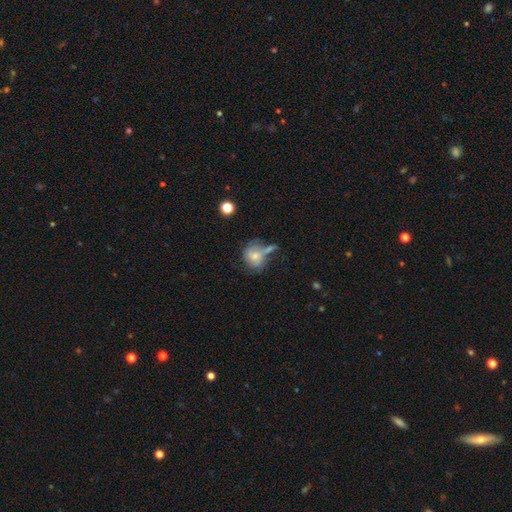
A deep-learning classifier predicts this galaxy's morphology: A smooth galaxy with no disk features (60%) that is round (51%). Merging: none (33%).